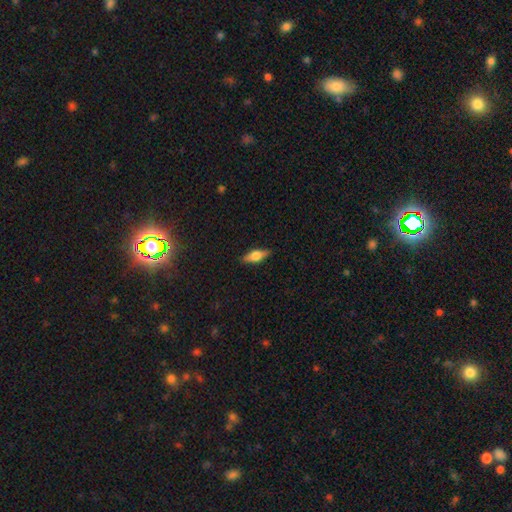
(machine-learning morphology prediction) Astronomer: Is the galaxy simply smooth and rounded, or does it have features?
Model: smooth — 53% (runner-up: featured or disk, 40%).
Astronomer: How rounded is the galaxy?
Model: in between — 63%.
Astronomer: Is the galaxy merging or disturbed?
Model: none — 87%.